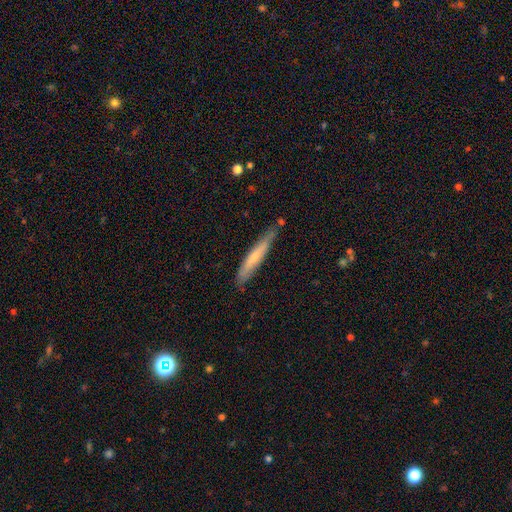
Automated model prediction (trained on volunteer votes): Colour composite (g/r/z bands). It shows a smooth galaxy with no disk features (55%) that is cigar-shaped (94%). Merging: none (74%).